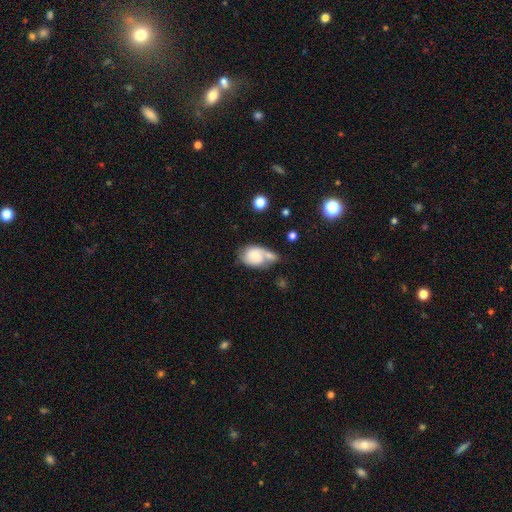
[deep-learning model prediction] Smooth or featured?
  - smooth: 65% *
  - featured or disk: 28%
  - star or artifact: 8%
How rounded?
  - in between: 74% *
  - round: 25%
  - cigar-shaped: 1%
Merging?
  - merger: 40% *
  - none: 28%
  - minor disturbance: 21%
  - major disturbance: 11%